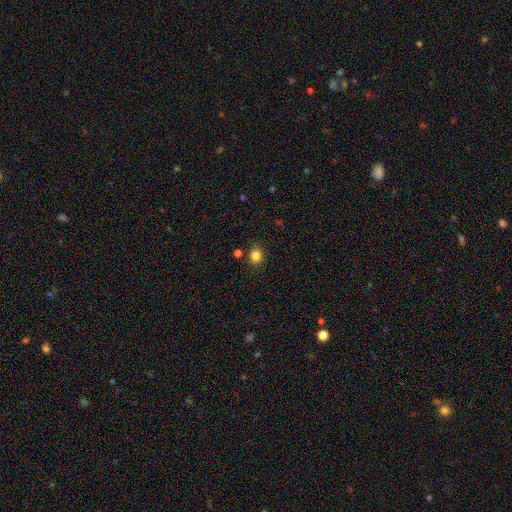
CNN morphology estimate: Smooth or featured? smooth (84%)
How rounded? round (77%)
Merging? none (86%)